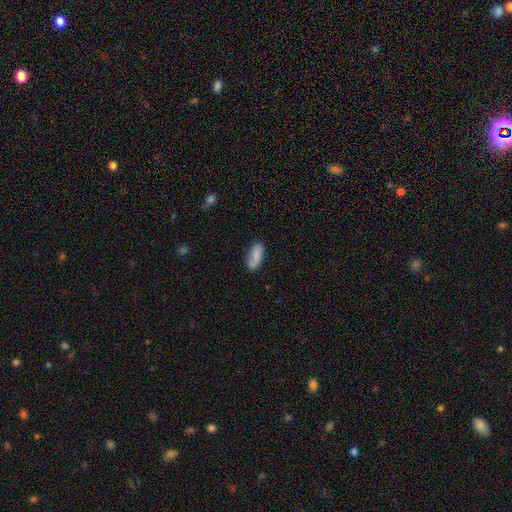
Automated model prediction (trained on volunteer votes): A smooth galaxy with no disk features (75%) that is in between round and cigar-shaped (83%).

Vote fractions:
- Smooth or featured? smooth: 75% / featured or disk: 17% / star or artifact: 7%
- How rounded? in between: 83% / cigar-shaped: 14% / round: 2%
- Merging? none: 72% / minor disturbance: 20% / major disturbance: 5% / merger: 3%